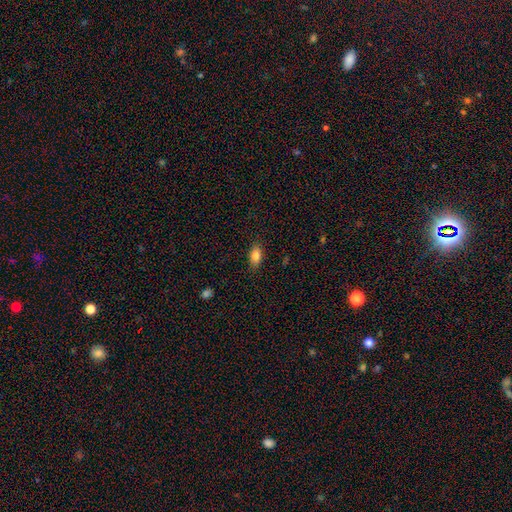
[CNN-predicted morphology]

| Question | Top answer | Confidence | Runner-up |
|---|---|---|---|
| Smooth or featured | smooth | 81% | featured or disk (10%) |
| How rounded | in between | 87% | round (8%) |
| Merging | none | 86% | minor disturbance (11%) |